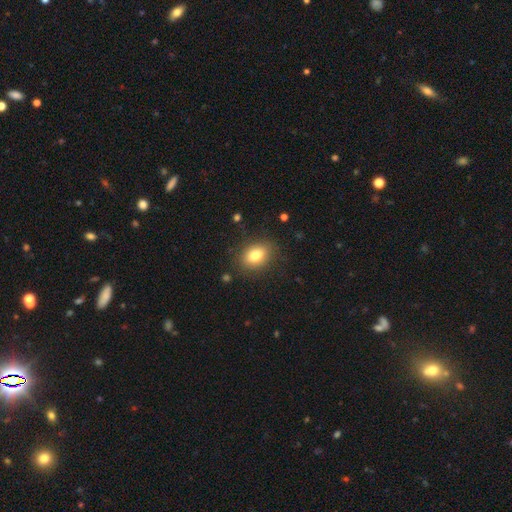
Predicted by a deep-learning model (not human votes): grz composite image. It shows a smooth galaxy with no disk features (80%) that is in between round and cigar-shaped (72%). Merging: none (85%).